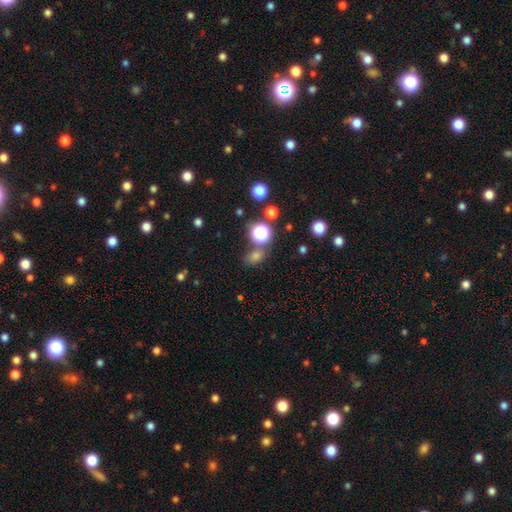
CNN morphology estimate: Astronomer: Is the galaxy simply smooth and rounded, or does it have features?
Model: smooth — 62%.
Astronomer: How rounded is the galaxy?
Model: in between — 49%, tied with round at 49%.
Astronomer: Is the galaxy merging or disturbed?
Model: none — 71%.